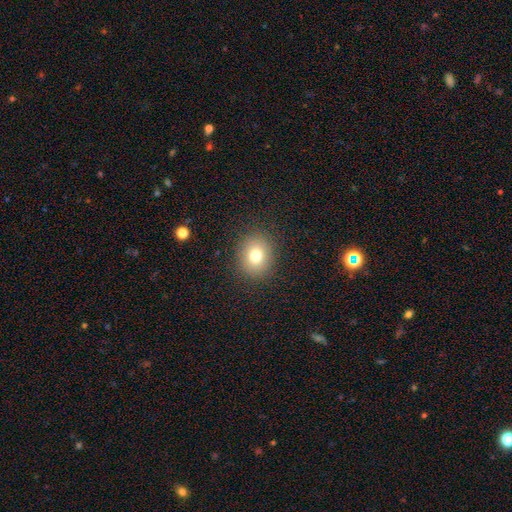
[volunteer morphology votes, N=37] Smooth or featured? smooth (84%)
How rounded? round (58%)
Merging? none (94%)